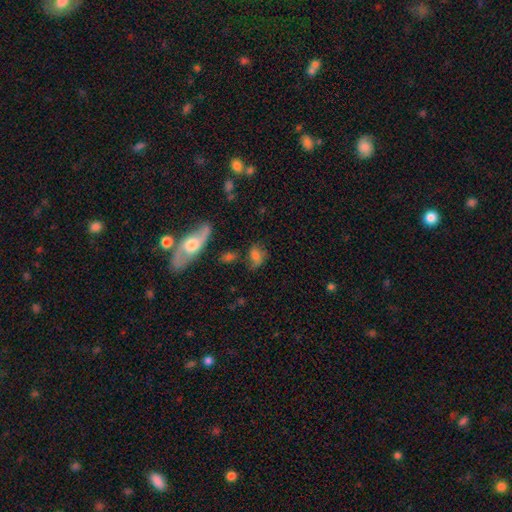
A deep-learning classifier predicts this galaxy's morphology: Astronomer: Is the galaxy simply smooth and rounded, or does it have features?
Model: smooth — 62%.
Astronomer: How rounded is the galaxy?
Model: in between — 76%.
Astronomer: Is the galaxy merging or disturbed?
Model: none — 55%.